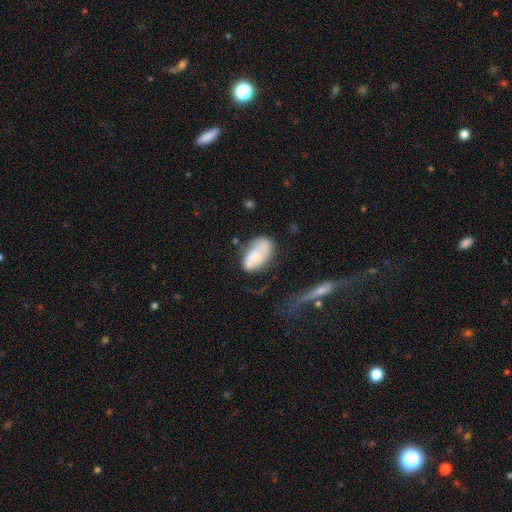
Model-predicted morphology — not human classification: Smooth or featured: featured or disk — 48% (smooth — 45%)
Merging: none — 51% (minor disturbance — 27%)